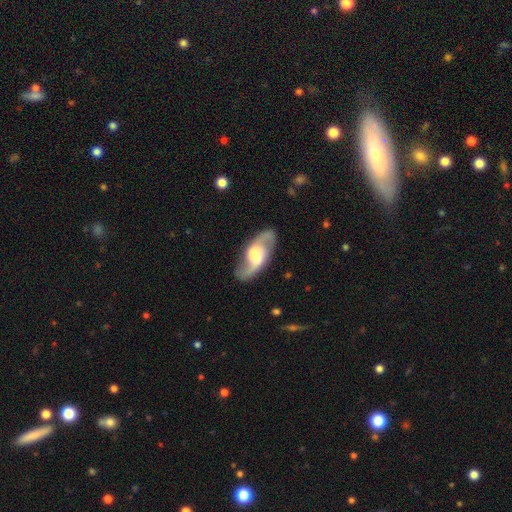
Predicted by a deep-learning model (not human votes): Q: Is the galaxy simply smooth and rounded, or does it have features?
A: featured or disk — 80%.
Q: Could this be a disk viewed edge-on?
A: no — 93%.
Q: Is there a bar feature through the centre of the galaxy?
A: weak — 47%.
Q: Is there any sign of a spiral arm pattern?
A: yes — 94%.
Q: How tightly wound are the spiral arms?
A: loose — 56%.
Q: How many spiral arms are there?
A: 2 — 93%.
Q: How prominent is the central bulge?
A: large — 39%.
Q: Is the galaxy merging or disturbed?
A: none — 81%.